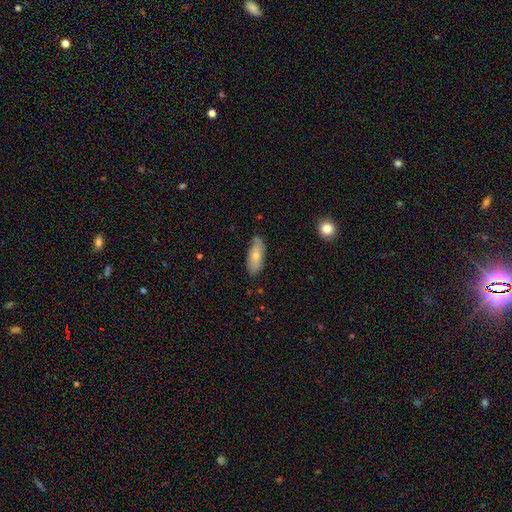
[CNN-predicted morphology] Overall: smooth (71%). How rounded: in between (85%). Merging: none (73%).